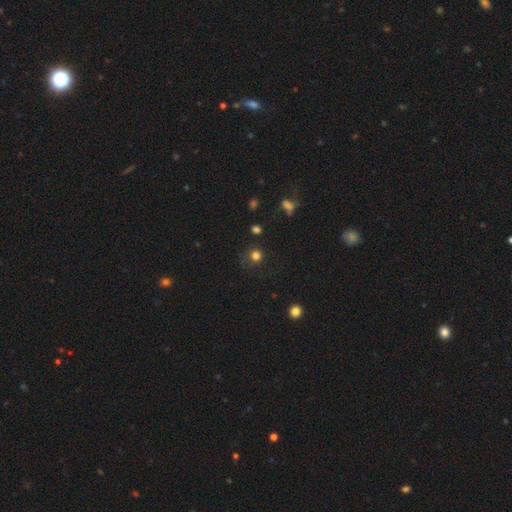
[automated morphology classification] Smooth or featured? smooth (77%)
How rounded? round (91%)
Merging? none (78%)